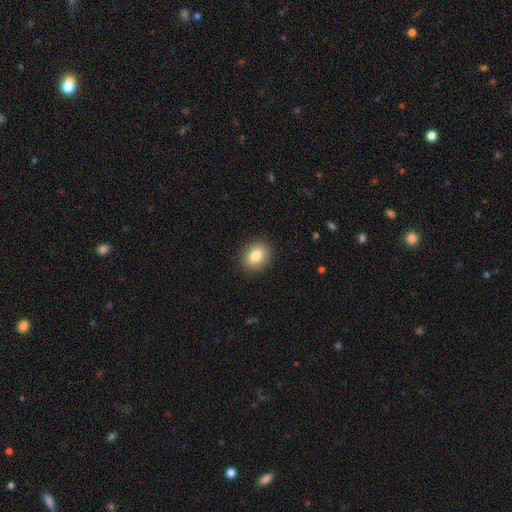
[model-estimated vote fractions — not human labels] Smooth or featured?
  - smooth: 82% *
  - featured or disk: 9%
  - star or artifact: 9%
How rounded?
  - round: 60% *
  - in between: 39%
  - cigar-shaped: 1%
Merging?
  - none: 89% *
  - minor disturbance: 8%
  - major disturbance: 2%
  - merger: 1%